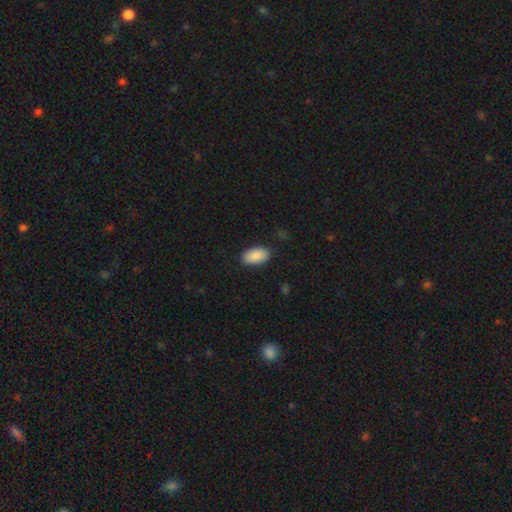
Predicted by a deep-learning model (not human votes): smooth-or-featured: smooth: 90% | star or artifact: 6% | featured or disk: 4%
  how-rounded: in between: 95% | round: 3% | cigar-shaped: 2%
  merging: none: 87% | minor disturbance: 9% | major disturbance: 2% | merger: 1%